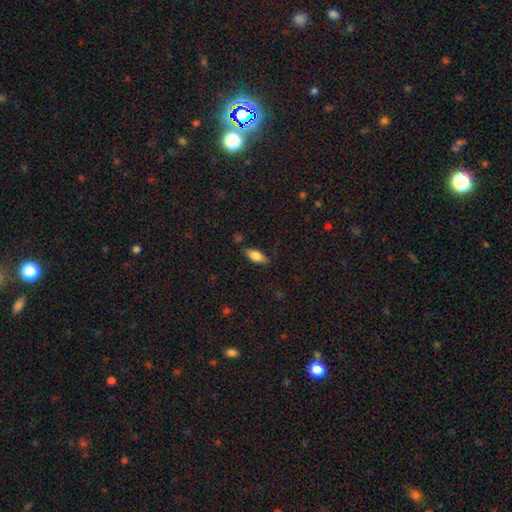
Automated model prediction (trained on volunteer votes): smooth-or-featured: smooth: 76% | featured or disk: 16% | star or artifact: 7%
  how-rounded: in between: 81% | cigar-shaped: 16% | round: 3%
  merging: none: 77% | minor disturbance: 17% | major disturbance: 4% | merger: 3%